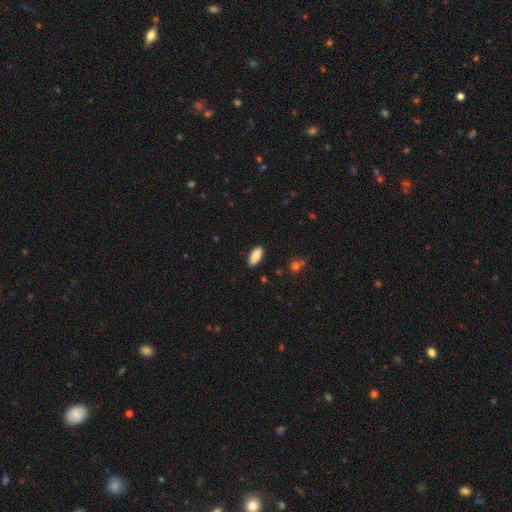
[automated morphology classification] Smooth or featured? Predicted: smooth (p=0.85). How rounded? Predicted: in between (p=0.87). Merging? Predicted: none (p=0.87).